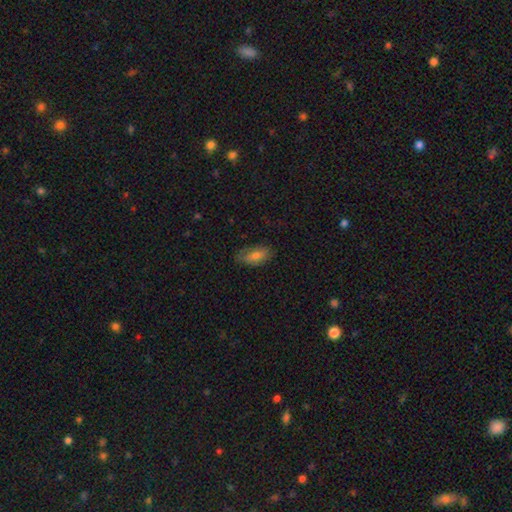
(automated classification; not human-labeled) A smooth galaxy with no disk features (69%) that is in between round and cigar-shaped (89%). Merging: none (73%).